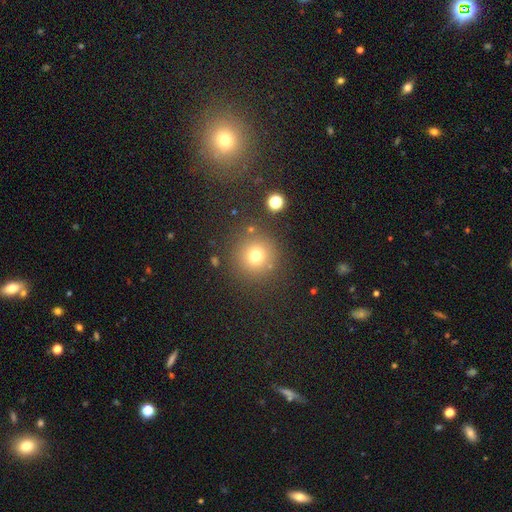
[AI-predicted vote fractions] The model was most divided on "smooth or featured": smooth: 74%, star or artifact: 17%, featured or disk: 9%. More confident: how rounded — round (93%); merging — none (83%).